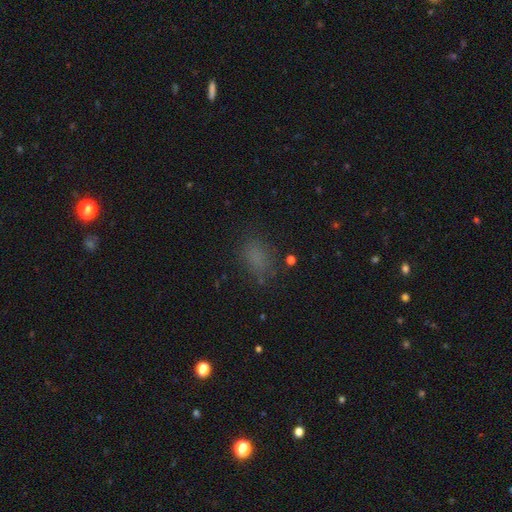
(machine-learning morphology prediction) Smooth or featured?
  - smooth: 71% *
  - star or artifact: 22%
  - featured or disk: 7%
How rounded?
  - in between: 77% *
  - round: 20%
  - cigar-shaped: 3%
Merging?
  - none: 75% *
  - minor disturbance: 15%
  - major disturbance: 8%
  - merger: 2%